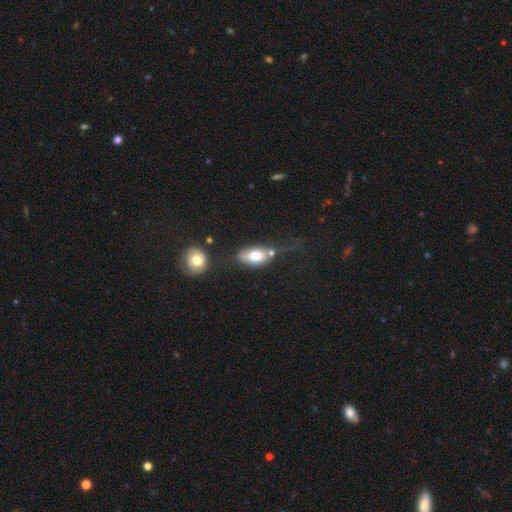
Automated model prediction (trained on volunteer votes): Morphology: type=smooth (68%); roundness=in between (85%); merging=none (40%).